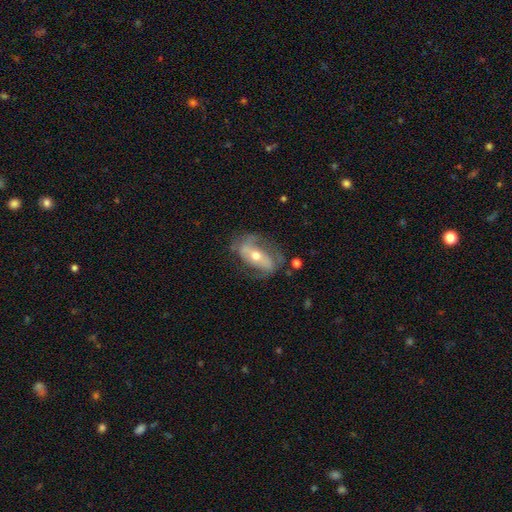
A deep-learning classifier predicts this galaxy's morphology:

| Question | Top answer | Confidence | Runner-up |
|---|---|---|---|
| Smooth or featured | featured or disk | 72% | smooth (21%) |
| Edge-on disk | no | 90% | yes (10%) |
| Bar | strong | 41% | no (31%) |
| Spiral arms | yes | 76% | no (24%) |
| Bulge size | moderate | 64% | small (30%) |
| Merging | none | 61% | minor disturbance (22%) |